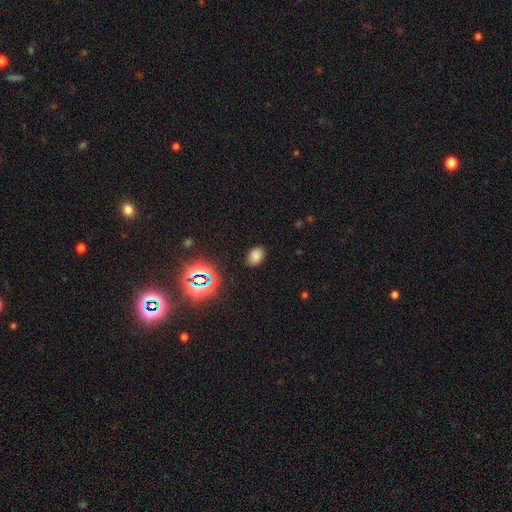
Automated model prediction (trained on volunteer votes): Smooth or featured: smooth — 74% (star or artifact — 20%)
How rounded: in between — 77% (round — 22%)
Merging: none — 85% (minor disturbance — 10%)